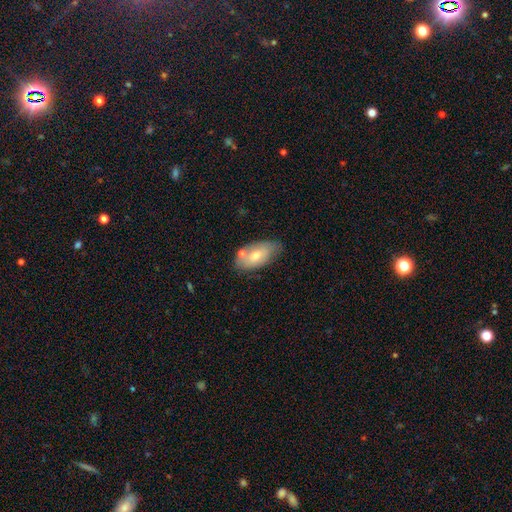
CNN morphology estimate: Q: Smooth or featured?
A: smooth (64%); runner-up: featured or disk (29%)
Q: How rounded?
A: in between (91%); runner-up: cigar-shaped (5%)
Q: Merging?
A: none (62%); runner-up: minor disturbance (21%)